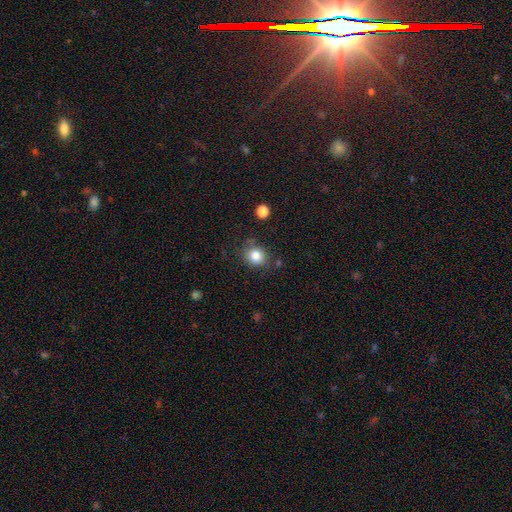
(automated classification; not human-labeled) Smooth or featured? smooth (83%)
How rounded? round (78%)
Merging? none (78%)